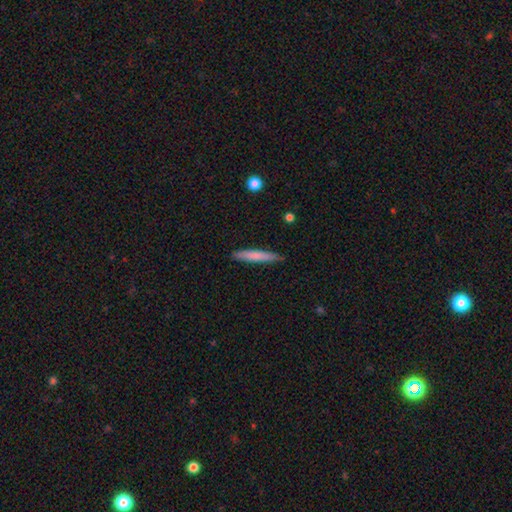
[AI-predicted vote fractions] Smooth or featured?
  - smooth: 72% *
  - featured or disk: 23%
  - star or artifact: 5%
How rounded?
  - cigar-shaped: 93% *
  - in between: 6%
  - round: 1%
Merging?
  - none: 86% *
  - minor disturbance: 11%
  - major disturbance: 2%
  - merger: 1%